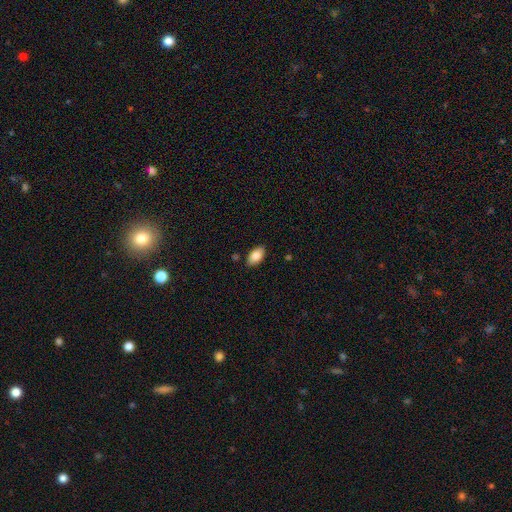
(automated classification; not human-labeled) Smooth or featured: smooth — 85% (featured or disk — 8%)
How rounded: in between — 93% (cigar-shaped — 3%)
Merging: none — 85% (minor disturbance — 11%)